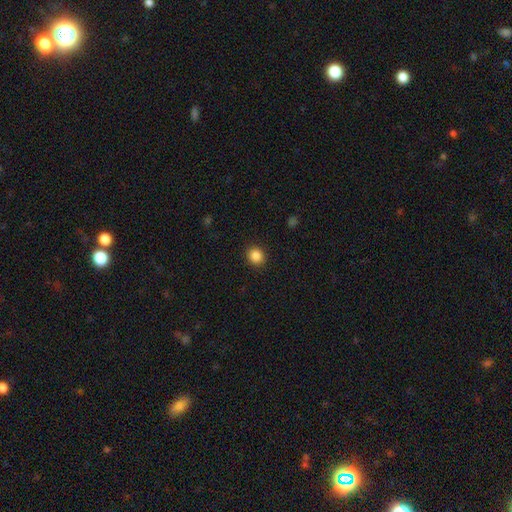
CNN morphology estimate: Smooth or featured? smooth (86%)
How rounded? round (82%)
Merging? none (91%)